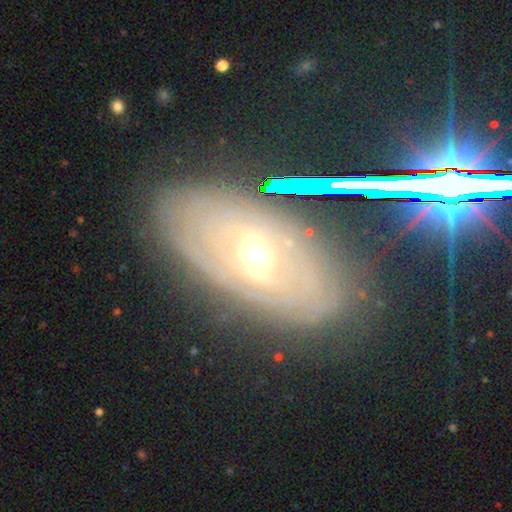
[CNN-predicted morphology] The model was most divided on "bar" (2-way tie): weak: 40%, no: 40%, strong: 21%. More confident: edge-on disk — no (86%); merging — none (80%); spiral arms — yes (69%); smooth or featured — featured or disk (66%); bulge size — moderate (63%).